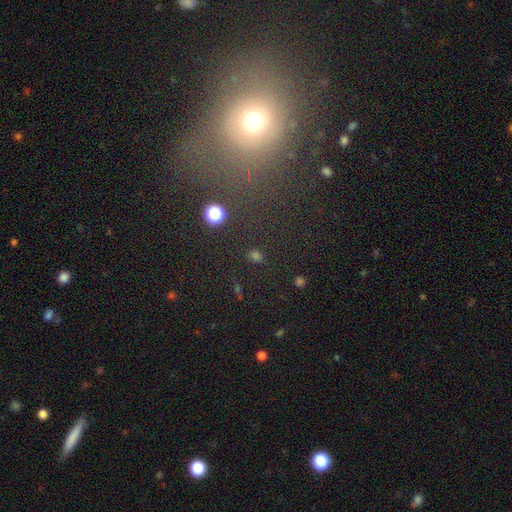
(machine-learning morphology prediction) Smooth or featured: smooth — 54% (star or artifact — 38%)
How rounded: round — 66% (in between — 31%)
Merging: none — 85% (minor disturbance — 8%)